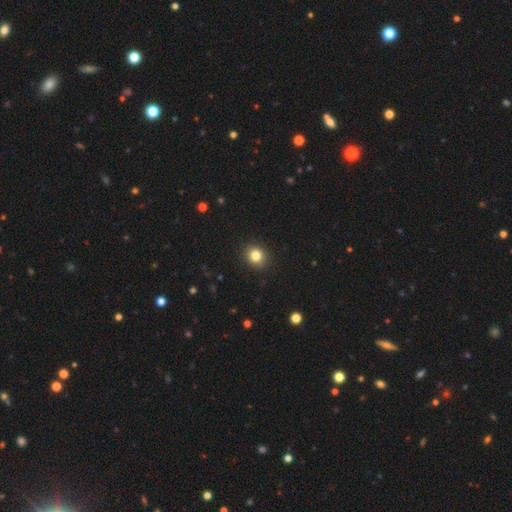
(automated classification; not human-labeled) Morphology: type=smooth (83%); roundness=round (77%); merging=none (91%).